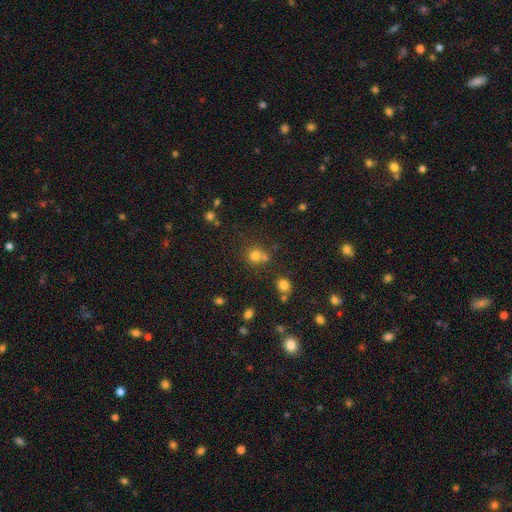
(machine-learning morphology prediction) Smooth or featured? Predicted: smooth (p=0.74). How rounded? Predicted: round (p=0.88). Merging? Predicted: none (p=0.57).